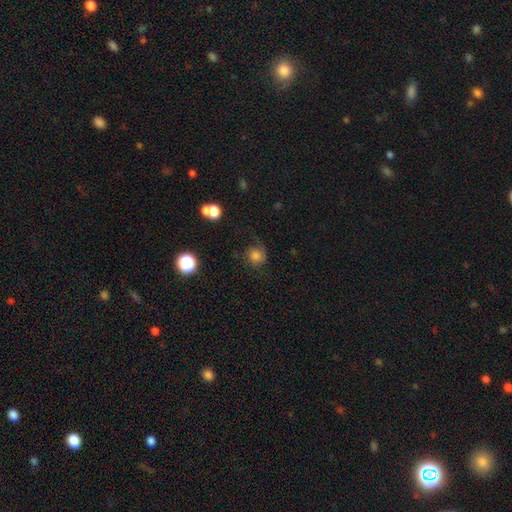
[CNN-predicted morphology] The model was most divided on "merging": none: 57%, minor disturbance: 23%, major disturbance: 17%, merger: 3%. More confident: how rounded — round (87%); smooth or featured — smooth (71%).